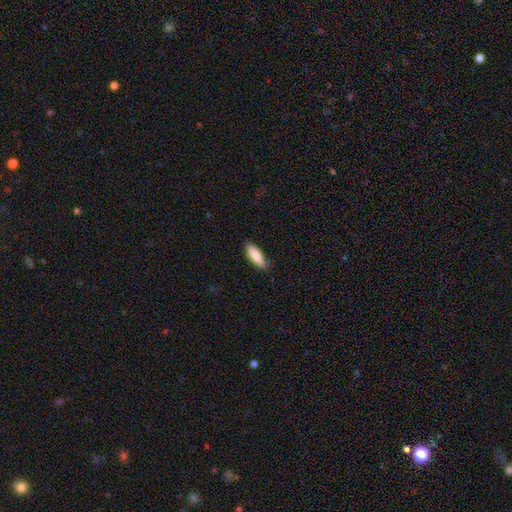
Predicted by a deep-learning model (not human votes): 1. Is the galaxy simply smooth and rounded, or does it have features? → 84% smooth, 10% featured or disk, 6% star or artifact.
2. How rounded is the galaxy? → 56% in between, 42% cigar-shaped, 2% round.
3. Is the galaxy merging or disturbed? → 82% none, 14% minor disturbance, 2% major disturbance, 1% merger.